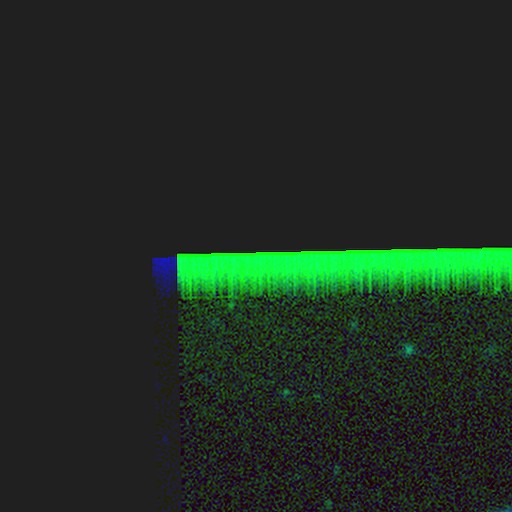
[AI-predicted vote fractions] smooth-or-featured: star or artifact: 83% | featured or disk: 8% | smooth: 8%